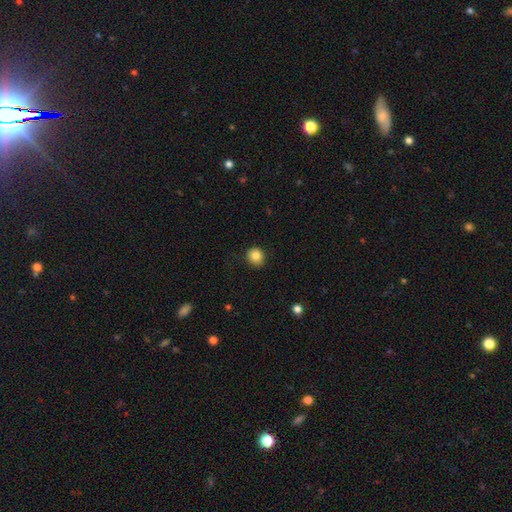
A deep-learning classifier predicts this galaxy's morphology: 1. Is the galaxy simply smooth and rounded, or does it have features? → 84% smooth, 10% star or artifact, 6% featured or disk.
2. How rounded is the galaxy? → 86% round, 13% in between, 1% cigar-shaped.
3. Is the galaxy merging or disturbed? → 87% none, 9% minor disturbance, 2% major disturbance, 1% merger.